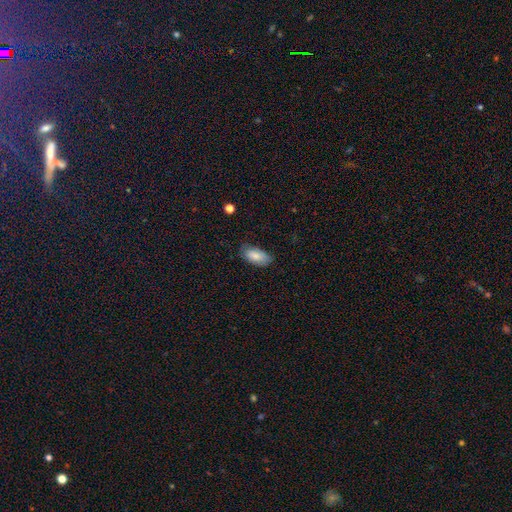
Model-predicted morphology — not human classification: Smooth or featured: smooth — 82% (featured or disk — 11%)
How rounded: in between — 93% (cigar-shaped — 4%)
Merging: none — 70% (minor disturbance — 24%)